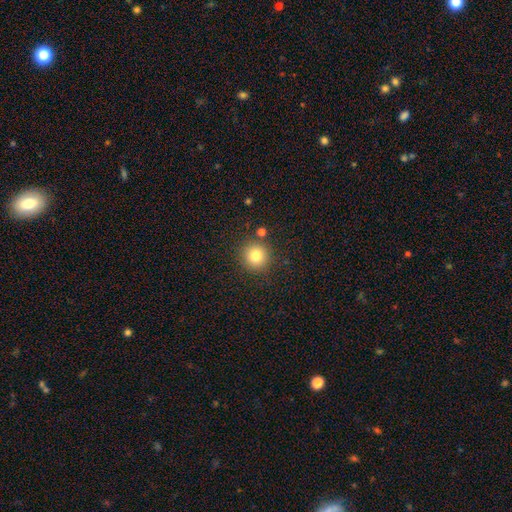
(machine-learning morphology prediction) Smooth or featured? smooth (81%)
How rounded? round (94%)
Merging? none (87%)